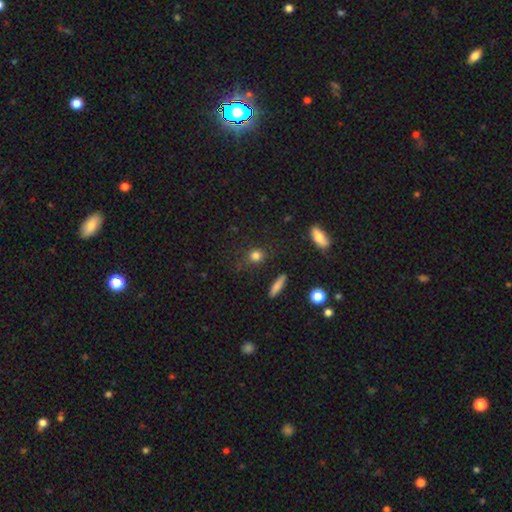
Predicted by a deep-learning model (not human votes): Smooth or featured?
  - smooth: 81% *
  - star or artifact: 12%
  - featured or disk: 7%
How rounded?
  - round: 75% *
  - in between: 21%
  - cigar-shaped: 4%
Merging?
  - none: 78% *
  - minor disturbance: 13%
  - major disturbance: 5%
  - merger: 3%